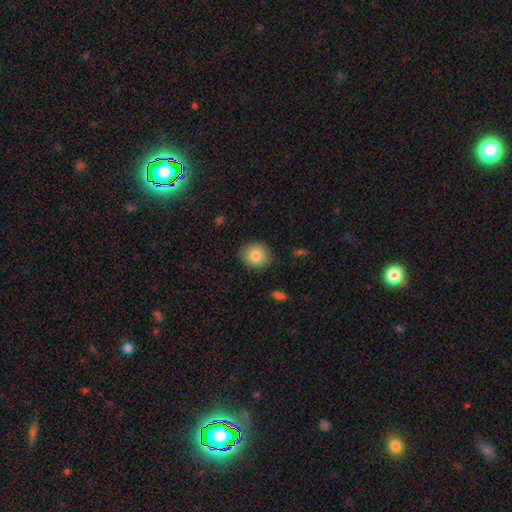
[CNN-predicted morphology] This appears to be a smooth galaxy with no disk features (83%) that is round (80%). Merging: none (89%).